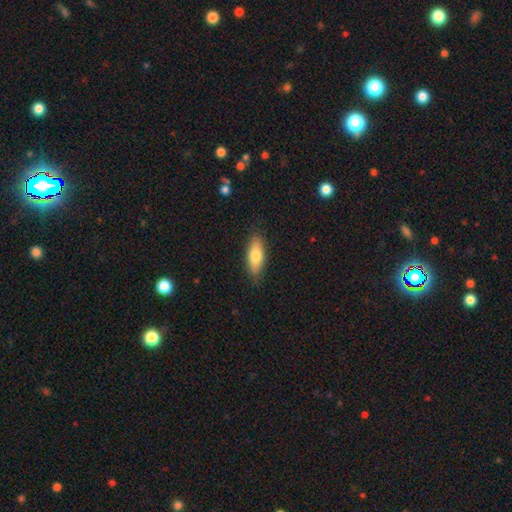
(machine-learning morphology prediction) smooth_or_featured: smooth (p=0.74) [alt: featured or disk p=0.20]
how_rounded: in between (p=0.71) [alt: cigar-shaped p=0.26]
merging: none (p=0.85) [alt: minor disturbance p=0.11]